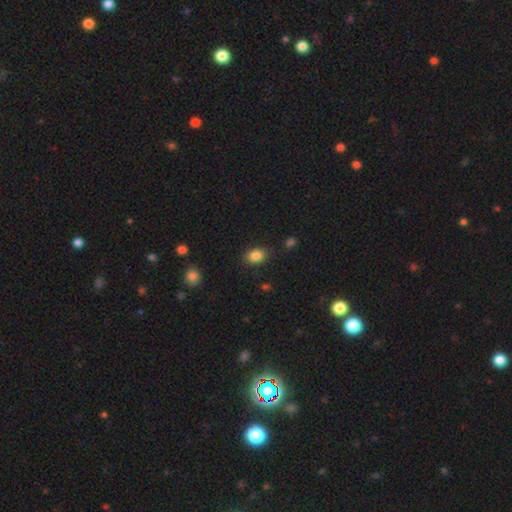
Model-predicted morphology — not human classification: This is clearly a smooth galaxy (85%). How rounded: likely in between (70%). Merging: clearly none (84%).